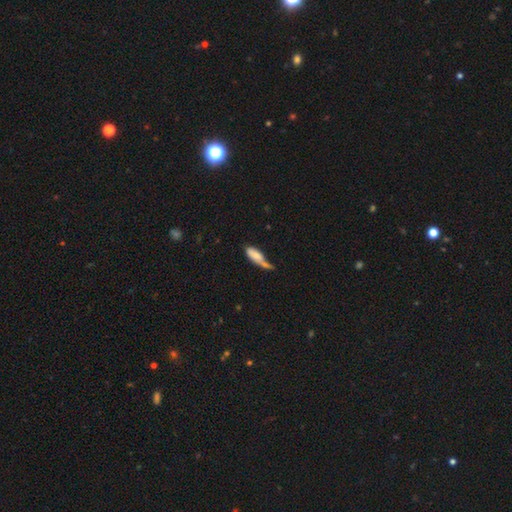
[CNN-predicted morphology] Smooth or featured?
  - smooth: 72% *
  - featured or disk: 21%
  - star or artifact: 7%
How rounded?
  - in between: 67% *
  - cigar-shaped: 31%
  - round: 2%
Merging?
  - minor disturbance: 29% *
  - none: 28%
  - merger: 24%
  - major disturbance: 19%